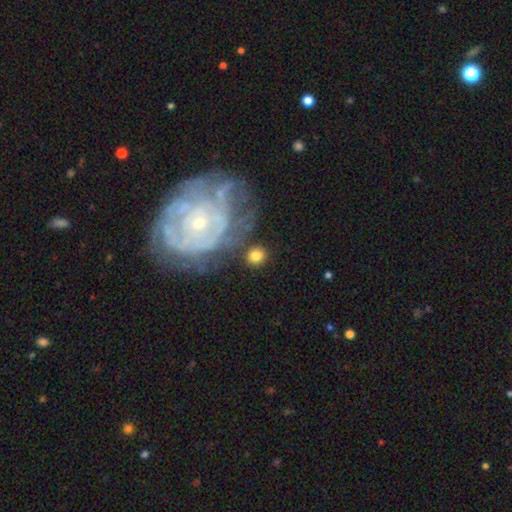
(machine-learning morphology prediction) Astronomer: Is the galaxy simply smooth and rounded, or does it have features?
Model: smooth — 73%.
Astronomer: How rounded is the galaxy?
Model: round — 82%.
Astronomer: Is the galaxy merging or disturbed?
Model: none — 76%.